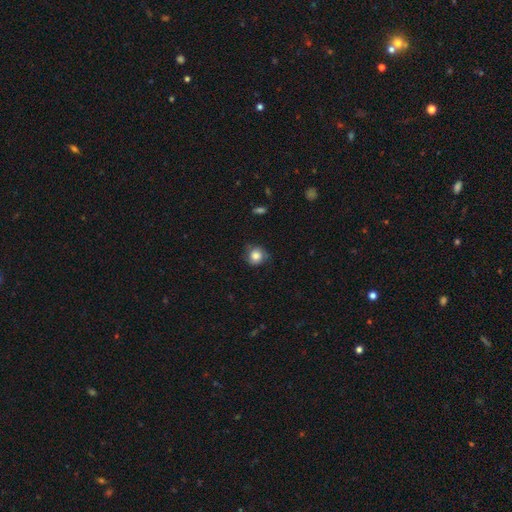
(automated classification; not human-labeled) Overall: smooth (81%). How rounded: round (85%). Merging: none (68%).